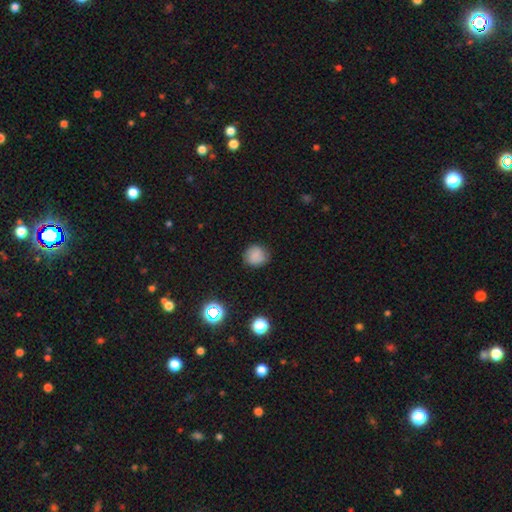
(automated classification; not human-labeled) Morphology: type=smooth (79%); roundness=round (84%); merging=none (81%).